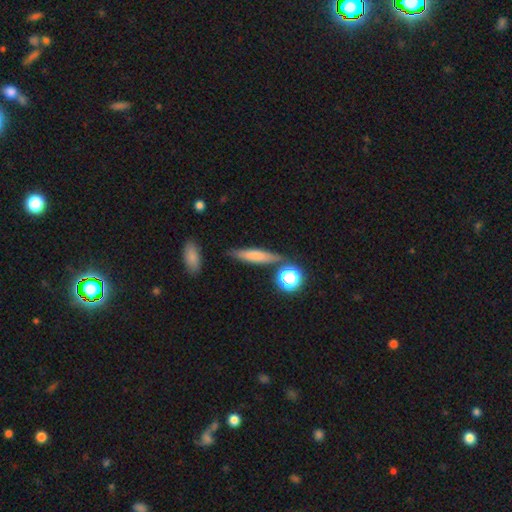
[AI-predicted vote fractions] The model was most divided on "smooth or featured": smooth: 67%, featured or disk: 23%, star or artifact: 10%. More confident: how rounded — cigar-shaped (80%); merging — none (78%).